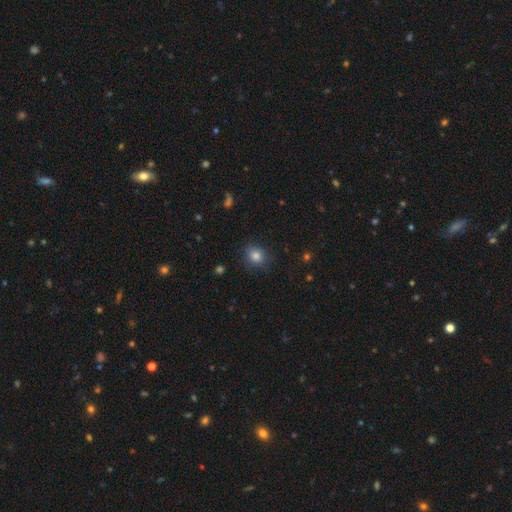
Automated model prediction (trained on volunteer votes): Morphology: type=smooth (82%); roundness=round (69%); merging=none (82%).